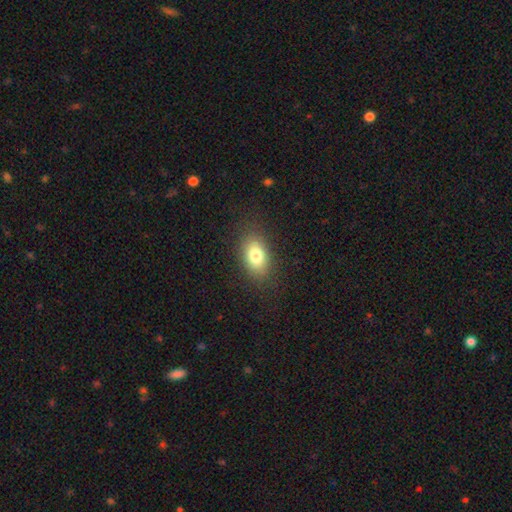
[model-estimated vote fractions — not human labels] smooth_or_featured: smooth (p=0.80) [alt: featured or disk p=0.11]
how_rounded: in between (p=0.87) [alt: round p=0.11]
merging: none (p=0.85) [alt: minor disturbance p=0.10]